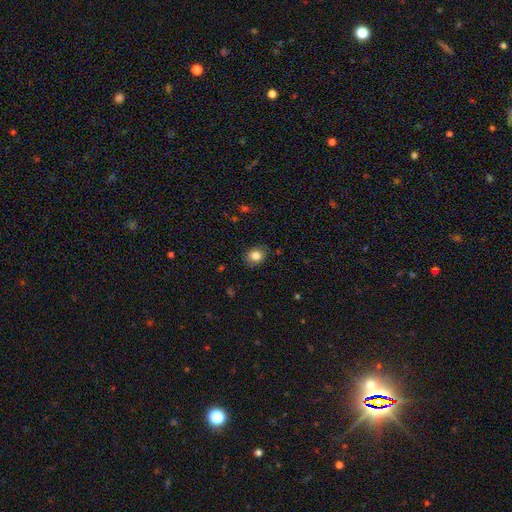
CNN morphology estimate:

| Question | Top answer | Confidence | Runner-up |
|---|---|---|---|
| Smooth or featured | smooth | 83% | star or artifact (9%) |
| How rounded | in between | 50% | round (49%) |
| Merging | none | 83% | minor disturbance (13%) |